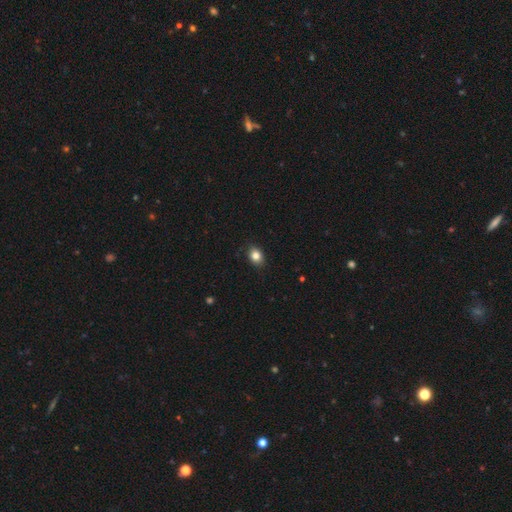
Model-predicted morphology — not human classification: Q: Smooth or featured?
A: smooth (83%); runner-up: star or artifact (10%)
Q: How rounded?
A: in between (65%); runner-up: round (34%)
Q: Merging?
A: none (86%); runner-up: minor disturbance (11%)